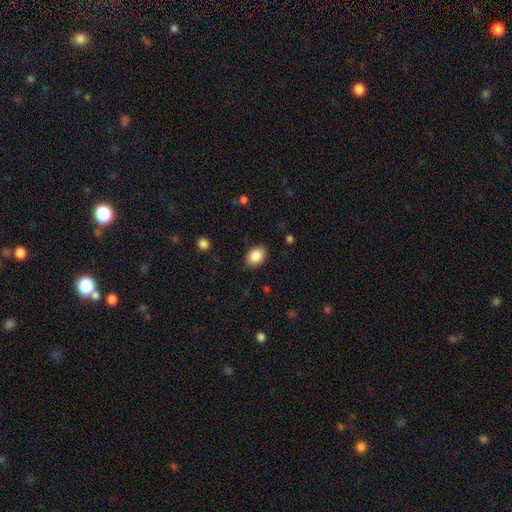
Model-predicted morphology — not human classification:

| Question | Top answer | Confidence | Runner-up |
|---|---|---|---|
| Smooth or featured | smooth | 87% | star or artifact (8%) |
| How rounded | in between | 77% | round (22%) |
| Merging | none | 87% | minor disturbance (9%) |